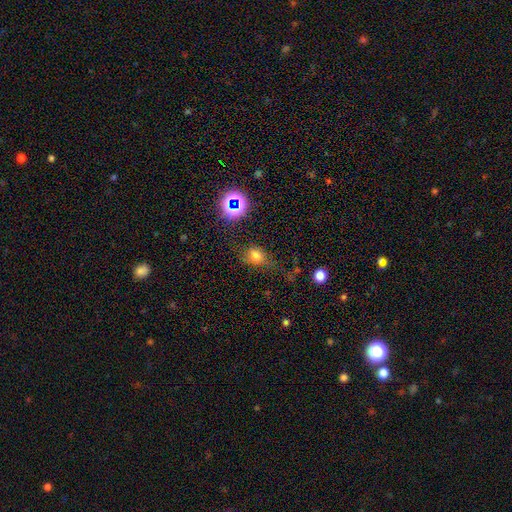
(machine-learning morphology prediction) Q: Smooth or featured?
A: smooth (68%); runner-up: star or artifact (21%)
Q: How rounded?
A: round (54%); runner-up: in between (43%)
Q: Merging?
A: none (58%); runner-up: minor disturbance (24%)